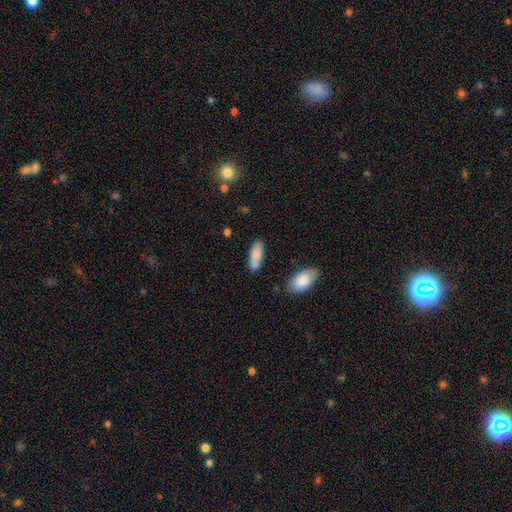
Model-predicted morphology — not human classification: Smooth or featured? Predicted: smooth (p=0.82). How rounded? Predicted: in between (p=0.64). Merging? Predicted: none (p=0.77).